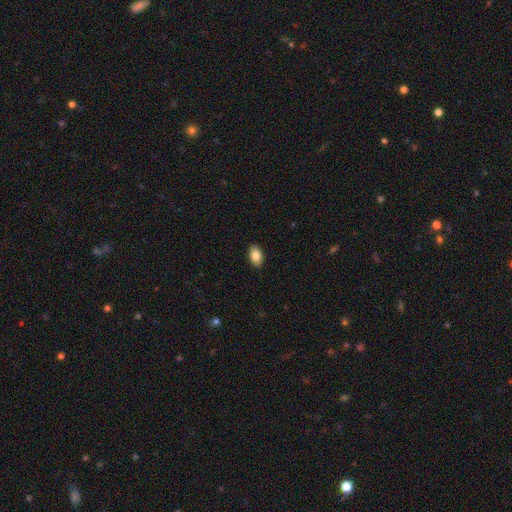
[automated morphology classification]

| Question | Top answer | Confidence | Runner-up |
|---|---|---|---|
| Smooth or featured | smooth | 85% | featured or disk (8%) |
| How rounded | in between | 90% | round (8%) |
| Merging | none | 90% | minor disturbance (8%) |